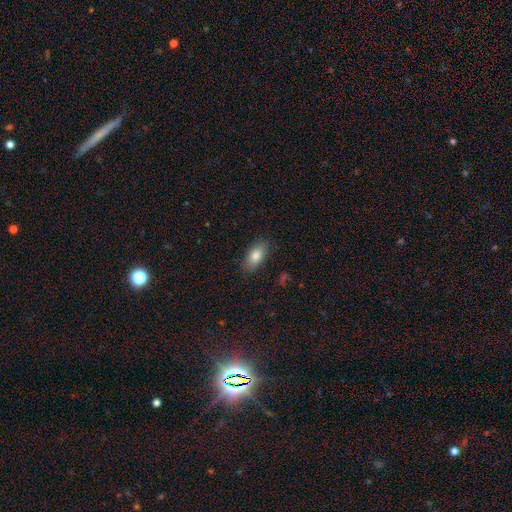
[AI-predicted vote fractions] smooth 82%, featured or disk 10%, star or artifact 7%. Down the decision tree: how rounded — in between (89%); merging — none (86%).